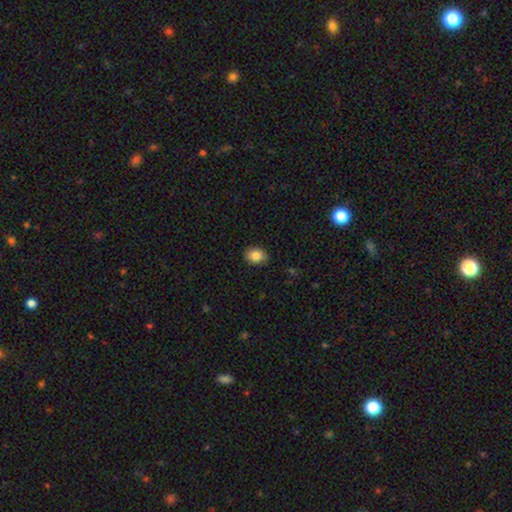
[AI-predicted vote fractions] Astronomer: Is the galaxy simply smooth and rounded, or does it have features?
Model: smooth — 84%.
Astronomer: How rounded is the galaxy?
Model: in between — 65%.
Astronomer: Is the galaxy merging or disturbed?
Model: none — 87%.